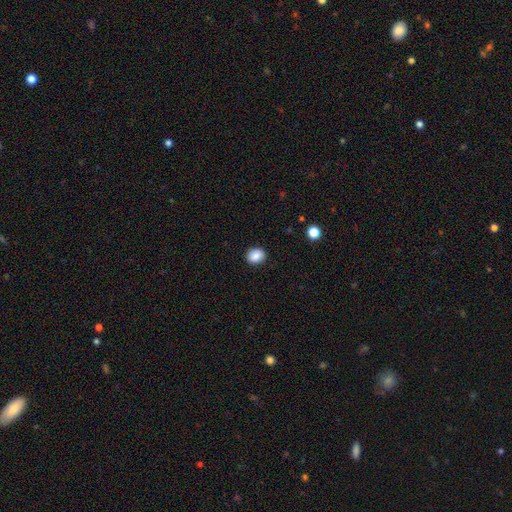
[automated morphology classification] A smooth galaxy with no disk features (87%) that is round (61%).

Vote fractions:
- Smooth or featured? smooth: 87% / star or artifact: 9% / featured or disk: 4%
- How rounded? round: 61% / in between: 38% / cigar-shaped: 1%
- Merging? none: 90% / minor disturbance: 7% / major disturbance: 2% / merger: 1%